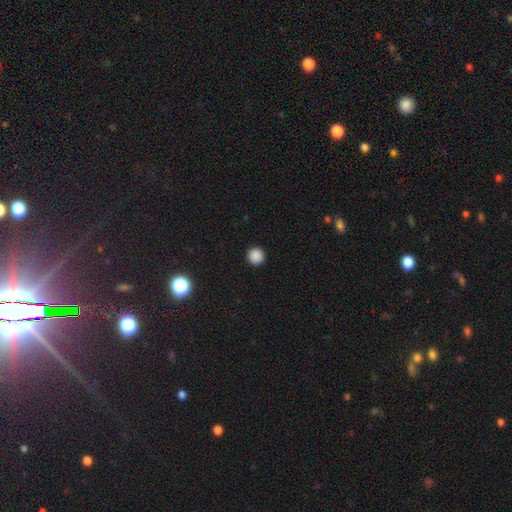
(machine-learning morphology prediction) Overall: smooth (87%). How rounded: round (96%). Merging: none (93%).